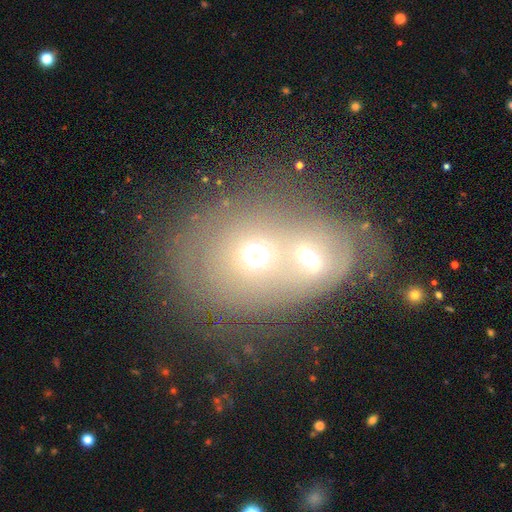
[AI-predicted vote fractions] This appears to be a smooth galaxy with no disk features (54%) that is round (56%). Merging: merger (71%).